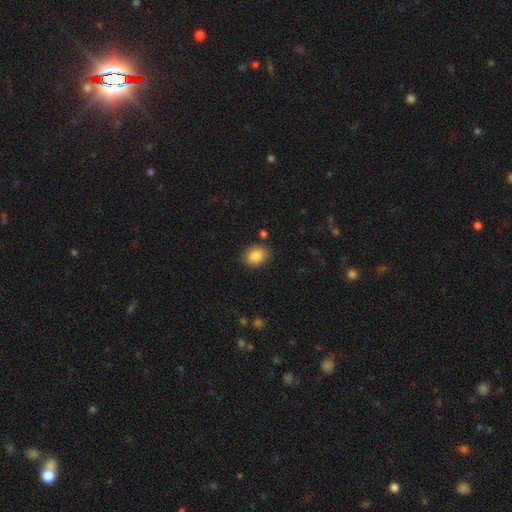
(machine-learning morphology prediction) smooth_or_featured: smooth (p=0.84) [alt: star or artifact p=0.08]
how_rounded: in between (p=0.53) [alt: round p=0.46]
merging: none (p=0.84) [alt: minor disturbance p=0.11]